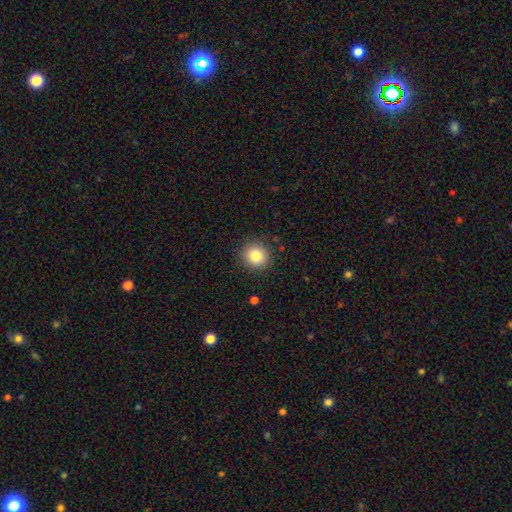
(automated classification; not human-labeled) A smooth galaxy with no disk features (83%) that is round (90%).

Vote fractions:
- Smooth or featured? smooth: 83% / star or artifact: 10% / featured or disk: 7%
- How rounded? round: 90% / in between: 9% / cigar-shaped: 1%
- Merging? none: 88% / minor disturbance: 8% / major disturbance: 3% / merger: 1%